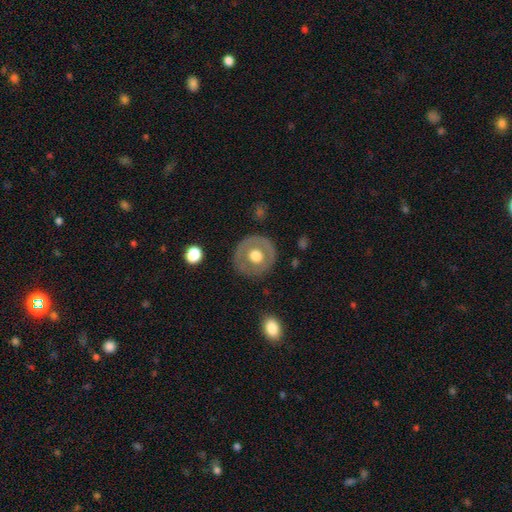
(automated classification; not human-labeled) Q: Smooth or featured?
A: smooth (49%); runner-up: featured or disk (44%)
Q: Merging?
A: none (84%); runner-up: minor disturbance (10%)